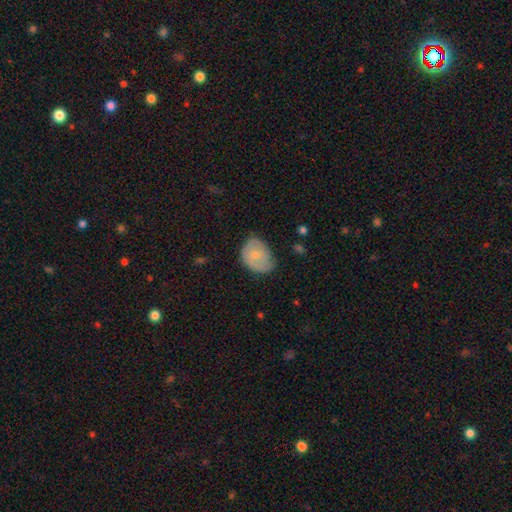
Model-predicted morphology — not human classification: The model was most divided on "merging": none: 51%, minor disturbance: 36%, major disturbance: 12%, merger: 2%. More confident: smooth or featured — smooth (64%); how rounded — in between (63%).